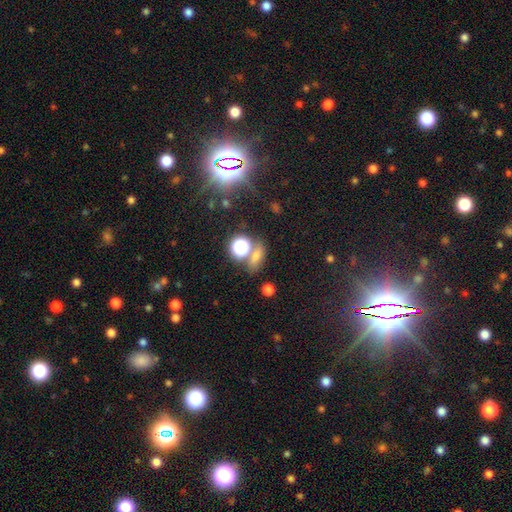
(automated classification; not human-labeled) Smooth or featured?
  - smooth: 54% *
  - star or artifact: 35%
  - featured or disk: 11%
How rounded?
  - in between: 54% *
  - round: 30%
  - cigar-shaped: 15%
Merging?
  - none: 69% *
  - merger: 16%
  - minor disturbance: 11%
  - major disturbance: 5%